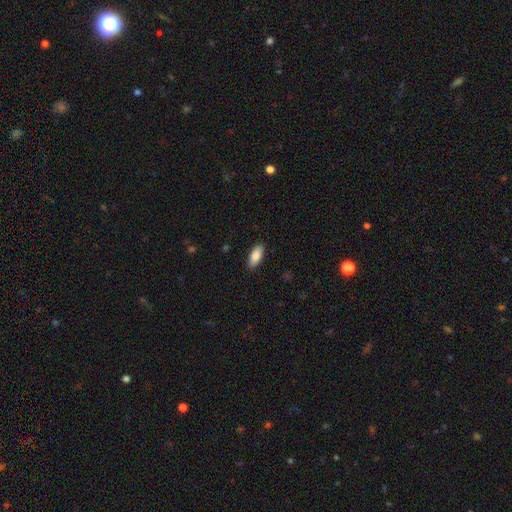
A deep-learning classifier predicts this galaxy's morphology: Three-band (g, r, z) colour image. It shows a smooth galaxy with no disk features (87%) that is in between round and cigar-shaped (86%). Merging: none (89%).